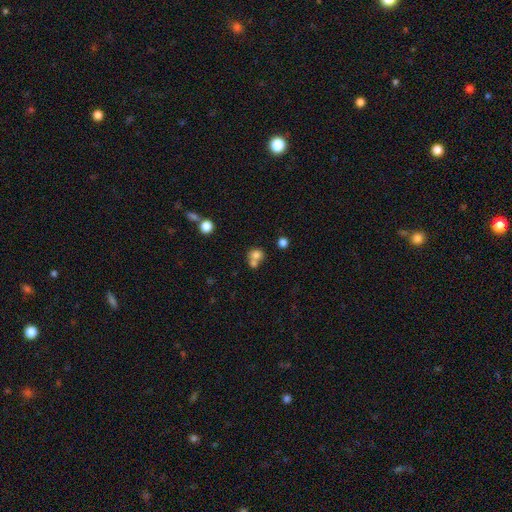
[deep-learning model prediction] A smooth galaxy with no disk features (75%) that is round (78%). Merging: merger (52%).